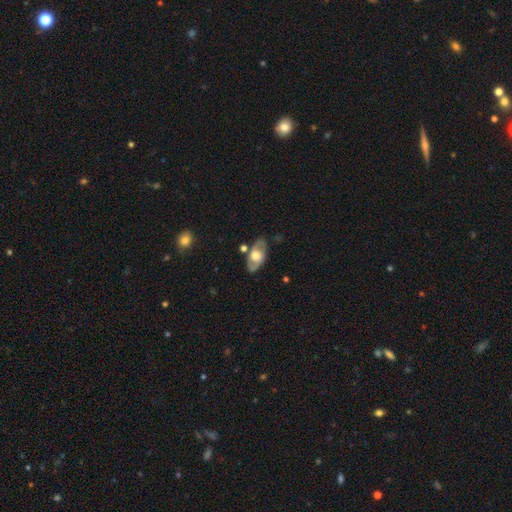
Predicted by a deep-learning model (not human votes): Smooth or featured?
  - featured or disk: 61% *
  - smooth: 33%
  - star or artifact: 6%
Edge-on disk?
  - no: 86% *
  - yes: 14%
Bar?
  - no: 73% *
  - weak: 21%
  - strong: 6%
Spiral arms?
  - yes: 56% *
  - no: 44%
Bulge size?
  - moderate: 49% *
  - large: 39%
  - small: 7%
  - dominant: 3%
  - none: 2%
Merging?
  - none: 76% *
  - minor disturbance: 15%
  - major disturbance: 5%
  - merger: 4%